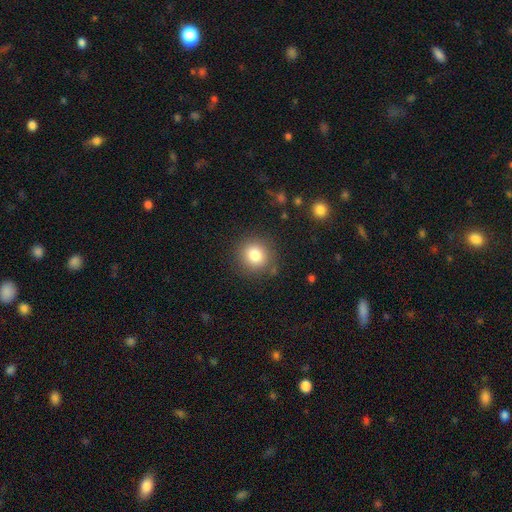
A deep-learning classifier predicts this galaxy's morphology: This is clearly a smooth galaxy (81%). How rounded: clearly round (89%). Merging: clearly none (88%).